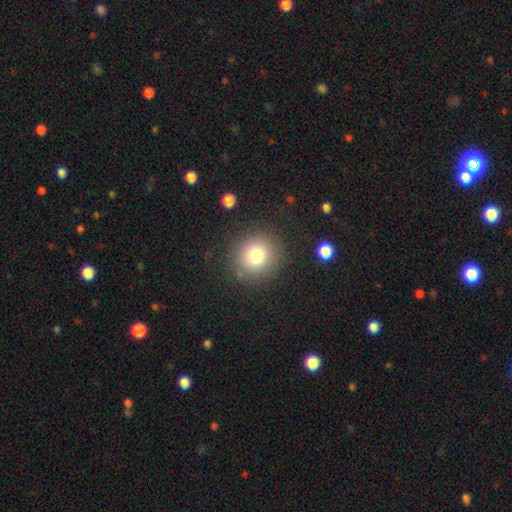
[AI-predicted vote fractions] A smooth galaxy with no disk features (78%) that is round (91%). Merging: none (87%).